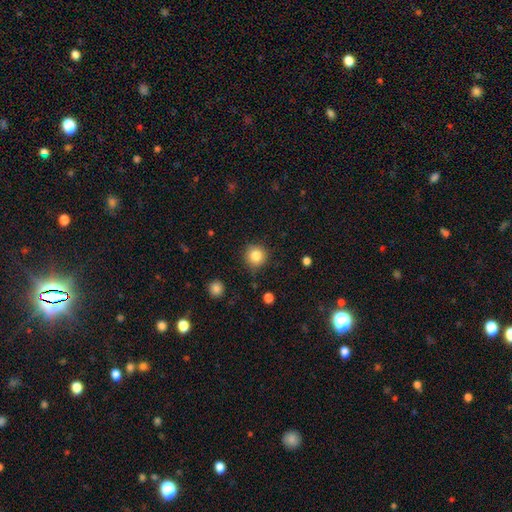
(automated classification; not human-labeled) Smooth or featured? smooth (83%)
How rounded? round (93%)
Merging? none (85%)